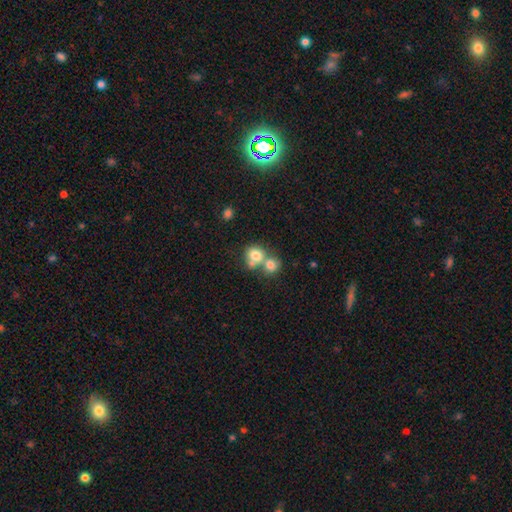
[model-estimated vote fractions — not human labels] Morphology: type=smooth (76%); roundness=round (75%); merging=merger (57%).